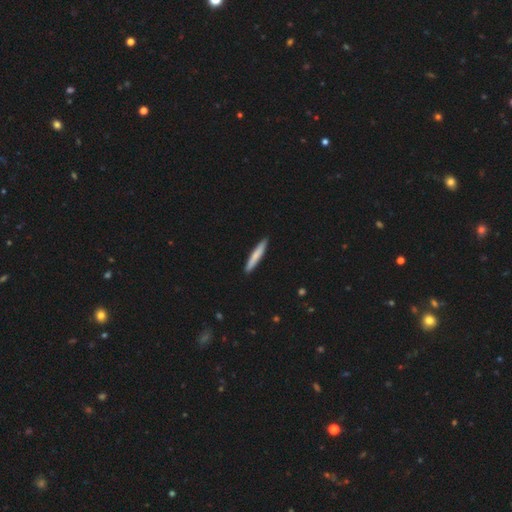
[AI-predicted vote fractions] Smooth or featured?
  - smooth: 75% *
  - featured or disk: 20%
  - star or artifact: 5%
How rounded?
  - cigar-shaped: 95% *
  - in between: 4%
  - round: 1%
Merging?
  - none: 91% *
  - minor disturbance: 6%
  - major disturbance: 1%
  - merger: 1%